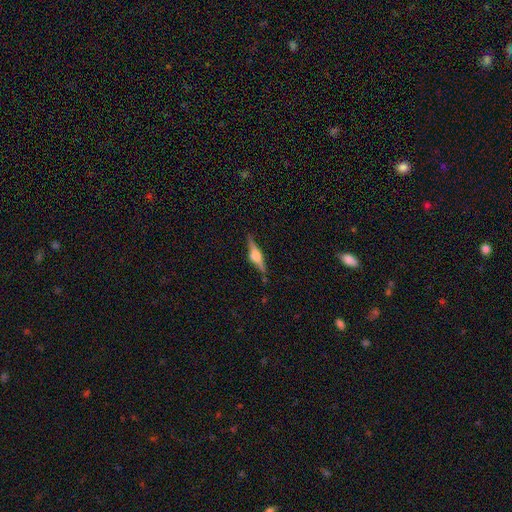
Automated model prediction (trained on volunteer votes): Smooth or featured? Predicted: featured or disk (p=0.78). Edge-on disk? Predicted: yes (p=0.98). Edge-on bulge? Predicted: rounded (p=0.93). Merging? Predicted: none (p=0.86).